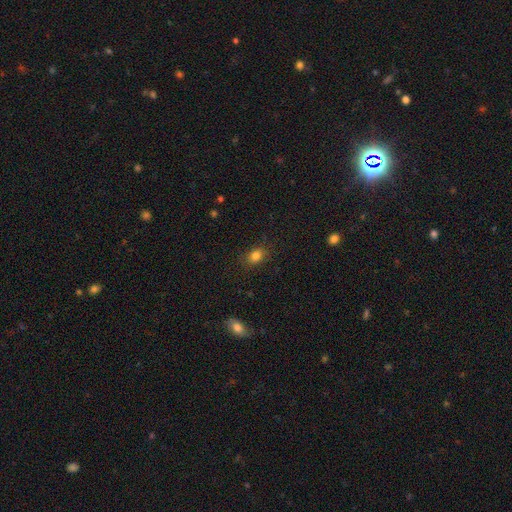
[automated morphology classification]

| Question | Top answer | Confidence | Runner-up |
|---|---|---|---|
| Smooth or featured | smooth | 82% | star or artifact (12%) |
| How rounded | in between | 61% | round (37%) |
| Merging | none | 83% | minor disturbance (12%) |